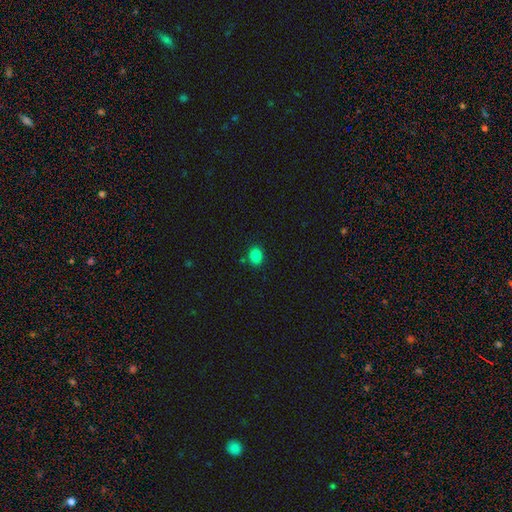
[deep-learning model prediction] Smooth or featured? Predicted: smooth (p=0.84). How rounded? Predicted: in between (p=0.59). Merging? Predicted: none (p=0.83).